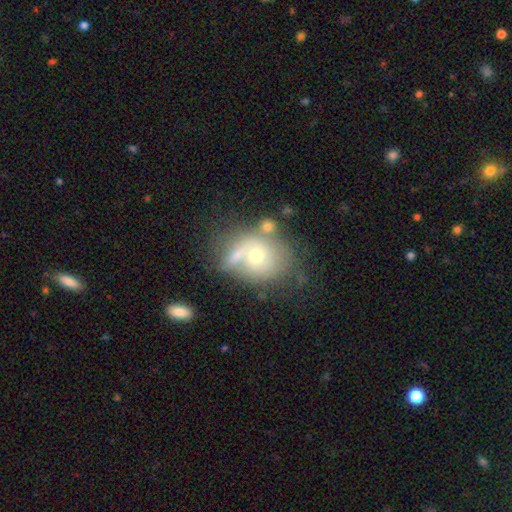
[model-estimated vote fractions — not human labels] This is possibly a smooth galaxy (48%). Merging: marginally none (34%).